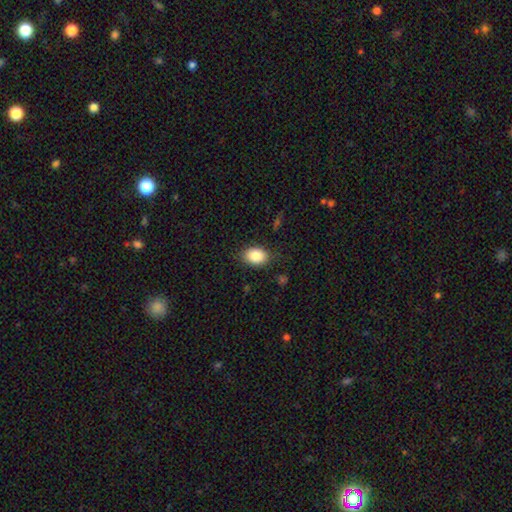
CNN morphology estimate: This appears to be a smooth galaxy with no disk features (86%) that is in between round and cigar-shaped (77%). Merging: none (82%).